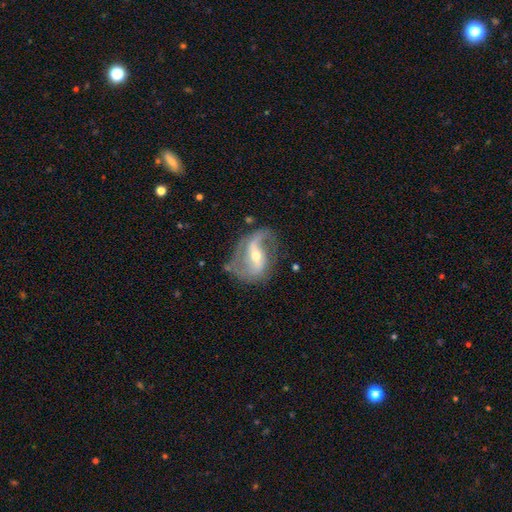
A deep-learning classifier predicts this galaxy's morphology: A featured or disk galaxy (87%) with a weak bar (40%), 2 (83%) loose (52%) spiral arms (94%) and a moderate central bulge (49%). Merging: none (62%).